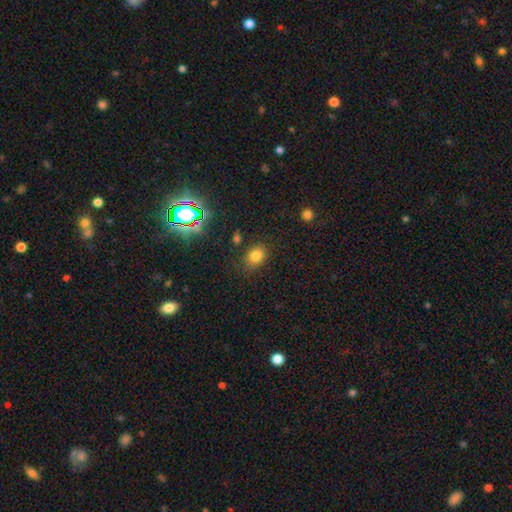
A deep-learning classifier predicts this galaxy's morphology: Smooth or featured?
  - smooth: 78% *
  - star or artifact: 16%
  - featured or disk: 7%
How rounded?
  - in between: 51% *
  - round: 48%
  - cigar-shaped: 1%
Merging?
  - none: 76% *
  - minor disturbance: 16%
  - major disturbance: 5%
  - merger: 3%